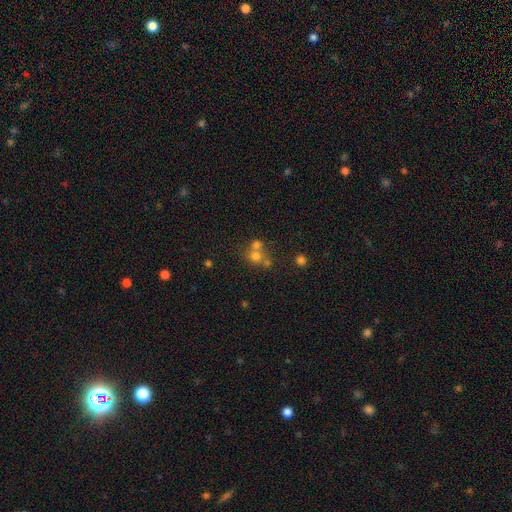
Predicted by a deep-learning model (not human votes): A smooth galaxy with no disk features (68%) that is round (80%).

Vote fractions:
- Smooth or featured? smooth: 68% / star or artifact: 18% / featured or disk: 14%
- How rounded? round: 80% / in between: 19% / cigar-shaped: 1%
- Merging? merger: 45% / none: 42% / minor disturbance: 8% / major disturbance: 5%